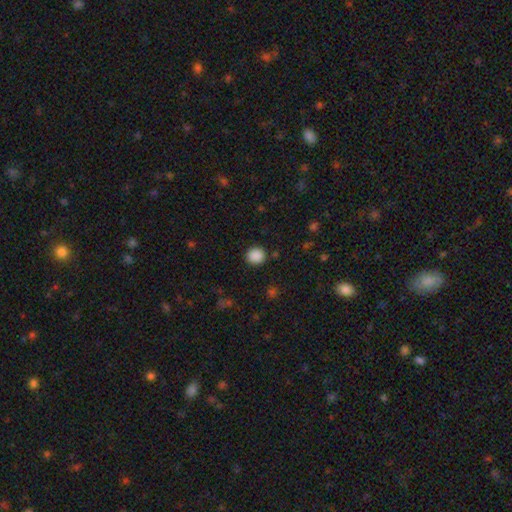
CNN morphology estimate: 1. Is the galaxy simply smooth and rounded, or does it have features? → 88% smooth, 9% star or artifact, 2% featured or disk.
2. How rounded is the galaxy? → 88% round, 11% in between, 1% cigar-shaped.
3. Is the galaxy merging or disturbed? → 89% none, 7% minor disturbance, 3% major disturbance, 1% merger.